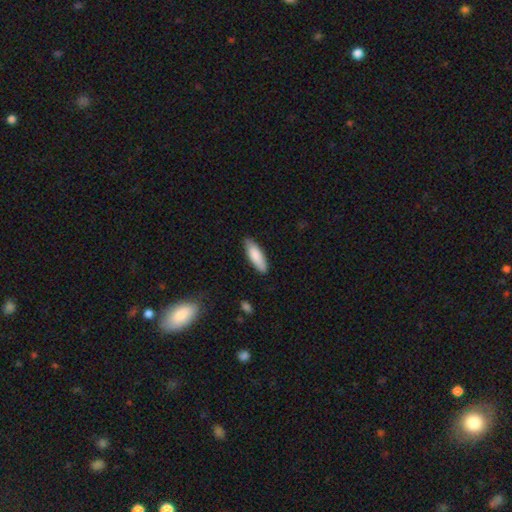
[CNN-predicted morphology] This is clearly a smooth galaxy (85%). How rounded: possibly in between (54%). Merging: clearly none (84%).